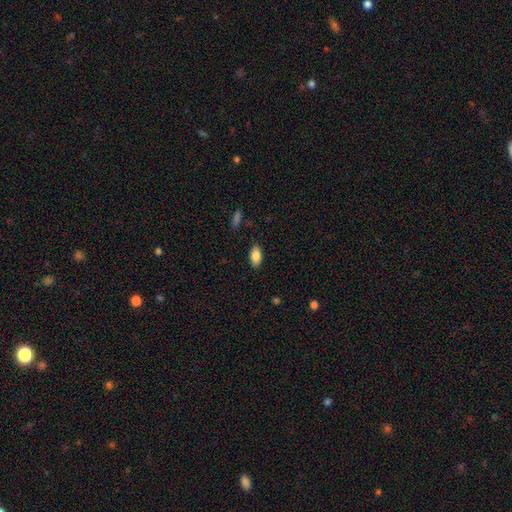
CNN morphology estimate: A smooth galaxy with no disk features (85%) that is in between round and cigar-shaped (92%). Merging: none (87%).